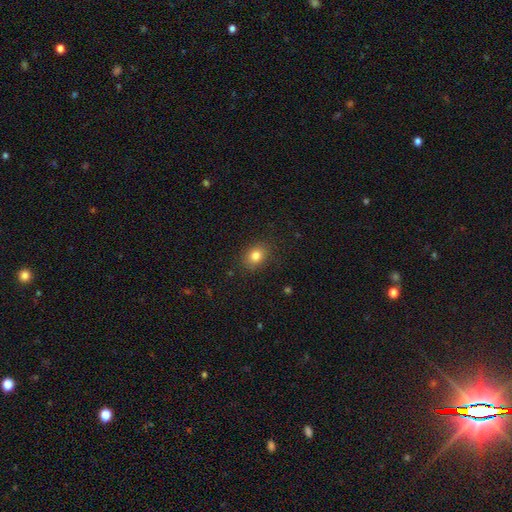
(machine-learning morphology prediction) Smooth or featured? smooth (82%)
How rounded? in between (54%)
Merging? none (86%)